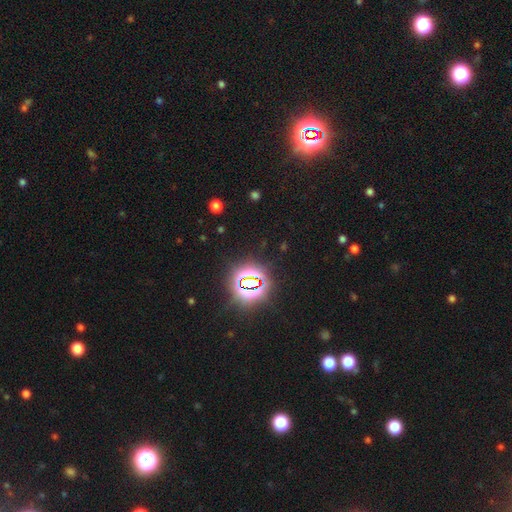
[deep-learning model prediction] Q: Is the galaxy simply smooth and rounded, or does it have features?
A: star or artifact — 81%.